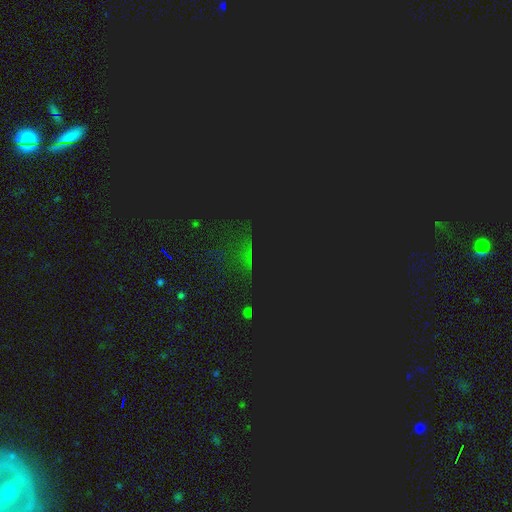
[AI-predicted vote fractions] Smooth or featured? Predicted: star or artifact (p=0.78).